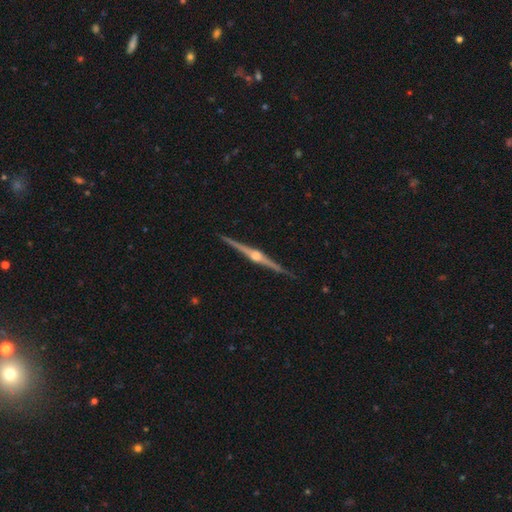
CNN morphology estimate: The model was most divided on "smooth or featured": featured or disk: 91%, smooth: 5%, star or artifact: 4%. More confident: edge-on disk — yes (99%); edge-on bulge — rounded (94%); merging — none (92%).